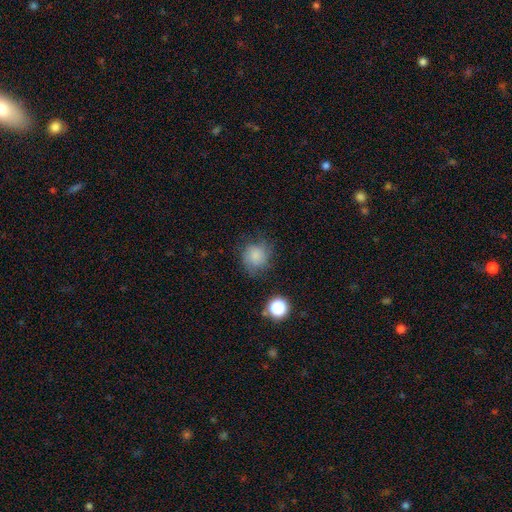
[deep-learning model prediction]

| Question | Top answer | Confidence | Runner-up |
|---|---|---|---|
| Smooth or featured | smooth | 78% | star or artifact (12%) |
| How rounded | round | 85% | in between (14%) |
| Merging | none | 68% | minor disturbance (20%) |